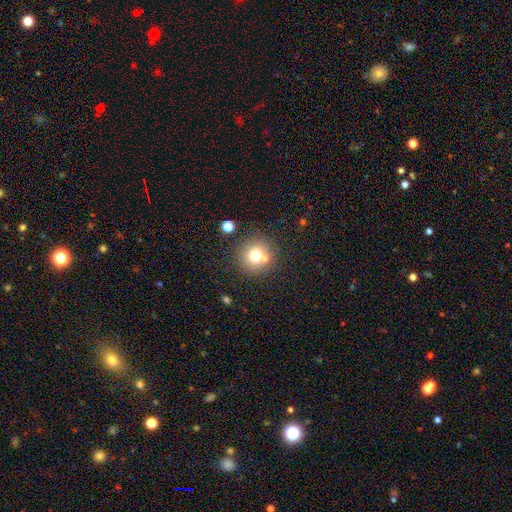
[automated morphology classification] A smooth galaxy with no disk features (71%) that is round (92%).

Vote fractions:
- Smooth or featured? smooth: 71% / featured or disk: 15% / star or artifact: 14%
- How rounded? round: 92% / in between: 7% / cigar-shaped: 1%
- Merging? none: 69% / merger: 19% / minor disturbance: 8% / major disturbance: 3%